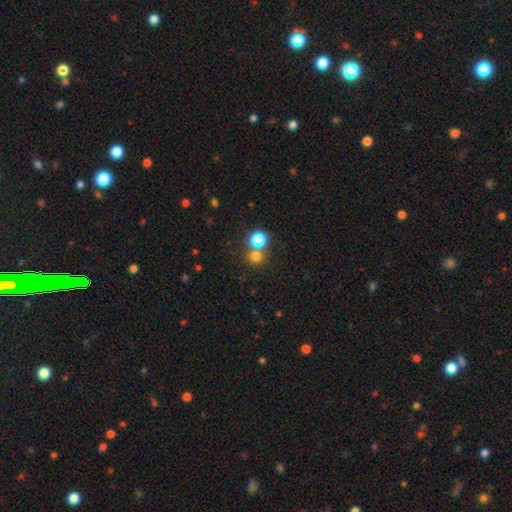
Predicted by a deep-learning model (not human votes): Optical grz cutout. It shows a smooth galaxy with no disk features (74%) that is round (88%). Merging: none (60%).